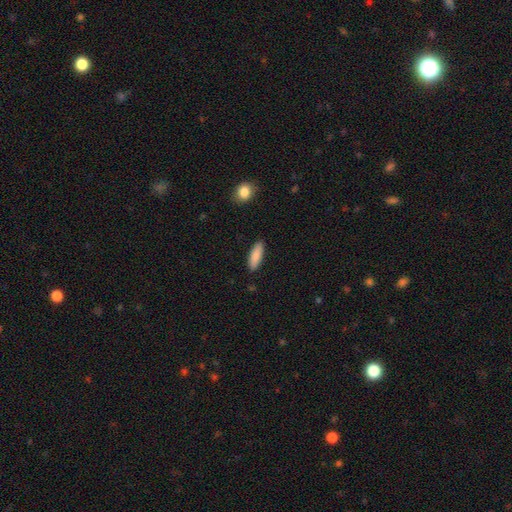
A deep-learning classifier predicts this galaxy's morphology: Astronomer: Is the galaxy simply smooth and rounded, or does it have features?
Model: smooth — 86%.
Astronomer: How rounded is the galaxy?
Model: in between — 52% (runner-up: cigar-shaped, 46%).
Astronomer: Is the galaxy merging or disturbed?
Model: none — 89%.